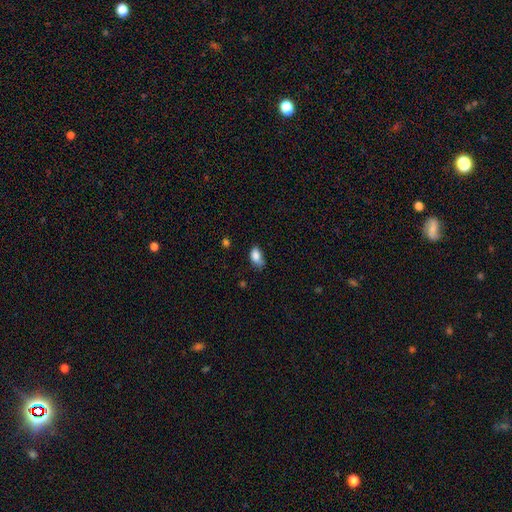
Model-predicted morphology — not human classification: A smooth galaxy with no disk features (84%) that is in between round and cigar-shaped (88%). Merging: none (45%).